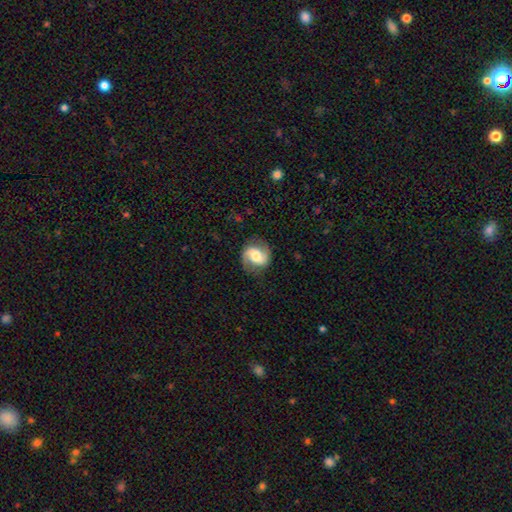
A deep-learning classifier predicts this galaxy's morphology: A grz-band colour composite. It shows a featured or disk galaxy (73%) with no bar (44%), 2 (92%) medium (46%) spiral arms (94%) and a moderate central bulge (57%). Merging: none (81%).